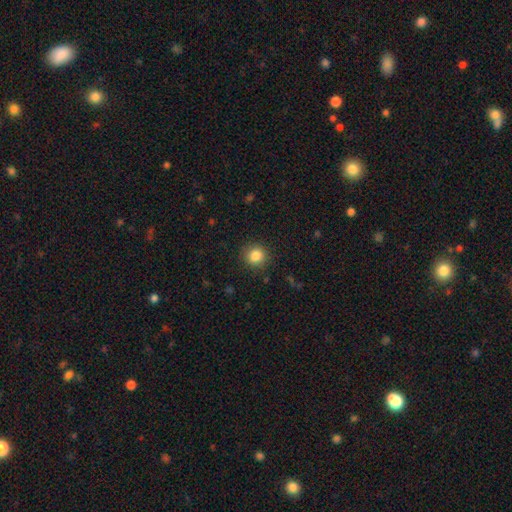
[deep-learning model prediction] Smooth or featured? Predicted: smooth (p=0.85). How rounded? Predicted: round (p=0.90). Merging? Predicted: none (p=0.90).